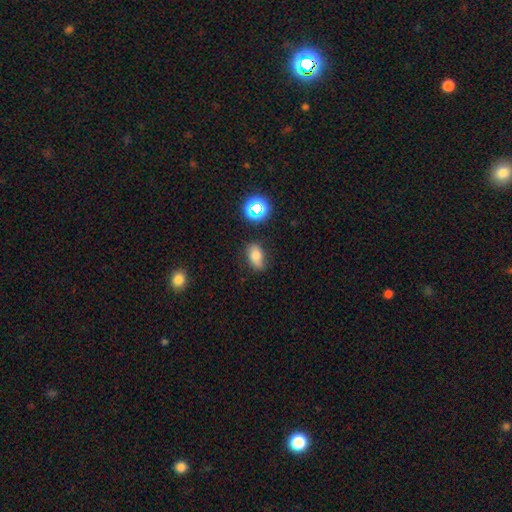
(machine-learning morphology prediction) smooth_or_featured: smooth (p=0.73) [alt: star or artifact p=0.14]
how_rounded: in between (p=0.84) [alt: round p=0.12]
merging: none (p=0.71) [alt: minor disturbance p=0.21]